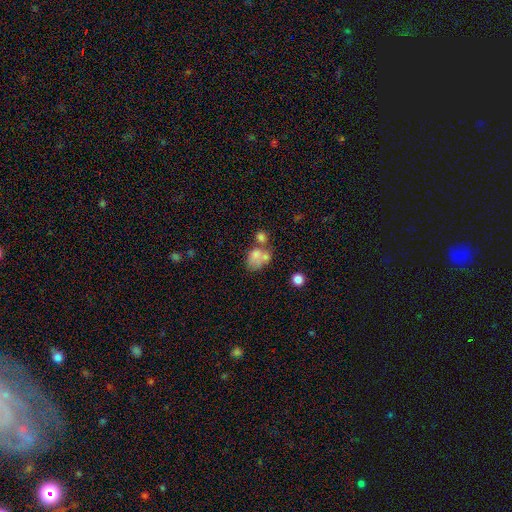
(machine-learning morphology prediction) This appears to be a smooth galaxy with no disk features (65%) that is in between round and cigar-shaped (63%). Merging: merger (51%).